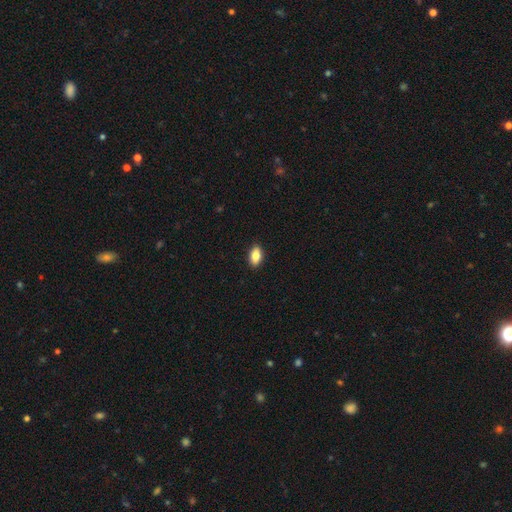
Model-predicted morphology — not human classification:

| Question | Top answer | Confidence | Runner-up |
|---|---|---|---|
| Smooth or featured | smooth | 81% | featured or disk (11%) |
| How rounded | in between | 89% | cigar-shaped (6%) |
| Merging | none | 90% | minor disturbance (7%) |